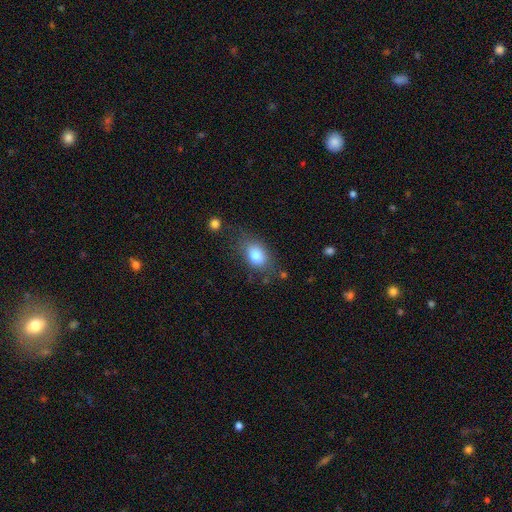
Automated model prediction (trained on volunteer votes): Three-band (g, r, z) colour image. It shows a smooth galaxy with no disk features (80%) that is in between round and cigar-shaped (76%). Merging: none (70%).